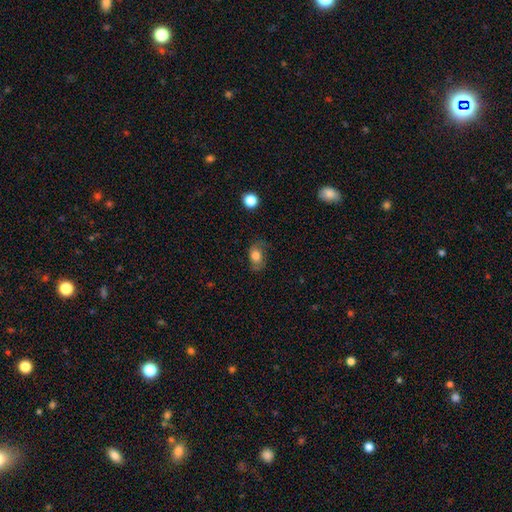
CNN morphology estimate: type=smooth (67%); roundness=in between (75%); merging=none (61%).